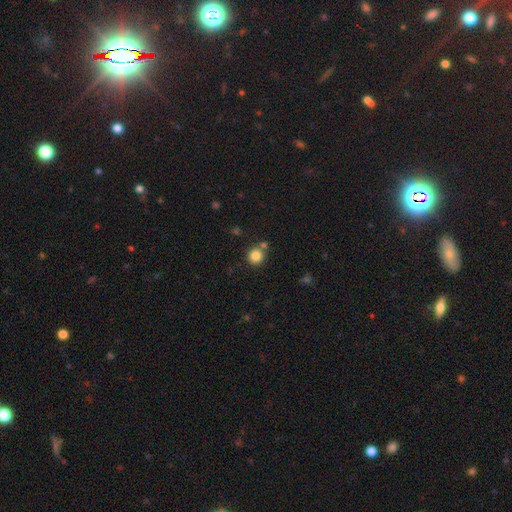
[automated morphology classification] Q: Smooth or featured?
A: smooth (84%); runner-up: star or artifact (11%)
Q: How rounded?
A: round (92%); runner-up: in between (7%)
Q: Merging?
A: none (72%); runner-up: merger (16%)